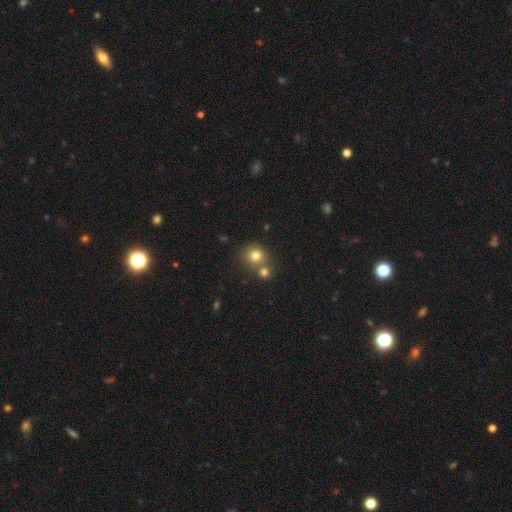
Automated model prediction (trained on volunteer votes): smooth 76%, star or artifact 14%, featured or disk 10%. Down the decision tree: how rounded — round (86%); merging — none (58%).